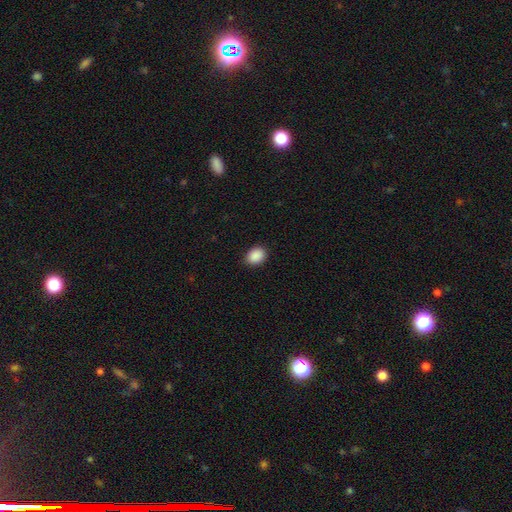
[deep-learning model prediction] A smooth galaxy with no disk features (90%) that is in between round and cigar-shaped (60%). Merging: none (87%).